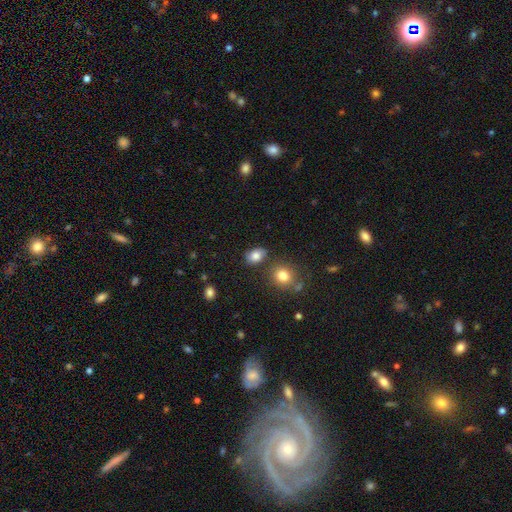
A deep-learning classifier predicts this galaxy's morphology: Smooth or featured?
  - smooth: 83% *
  - star or artifact: 10%
  - featured or disk: 8%
How rounded?
  - in between: 75% *
  - round: 23%
  - cigar-shaped: 1%
Merging?
  - none: 75% *
  - minor disturbance: 14%
  - merger: 7%
  - major disturbance: 4%